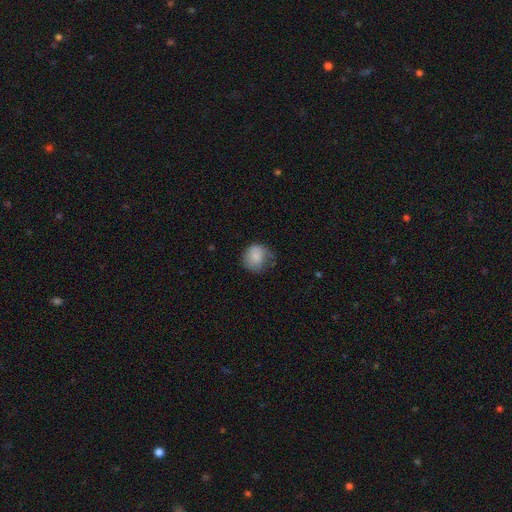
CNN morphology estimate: This appears to be a smooth galaxy with no disk features (79%) that is round (80%). Merging: none (49%).